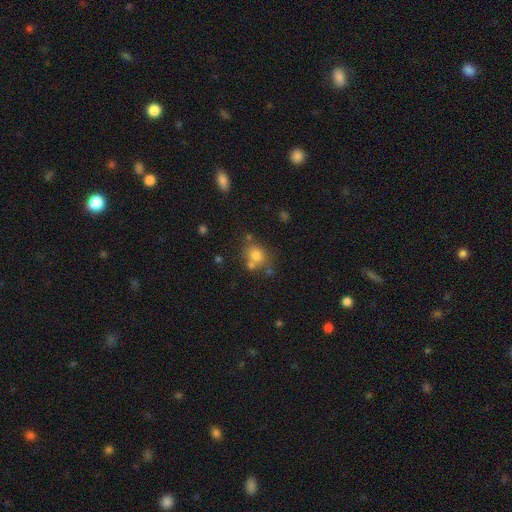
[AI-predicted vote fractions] Smooth or featured?
  - smooth: 75% *
  - star or artifact: 14%
  - featured or disk: 11%
How rounded?
  - round: 66% *
  - in between: 33%
  - cigar-shaped: 1%
Merging?
  - none: 59% *
  - merger: 22%
  - minor disturbance: 13%
  - major disturbance: 5%